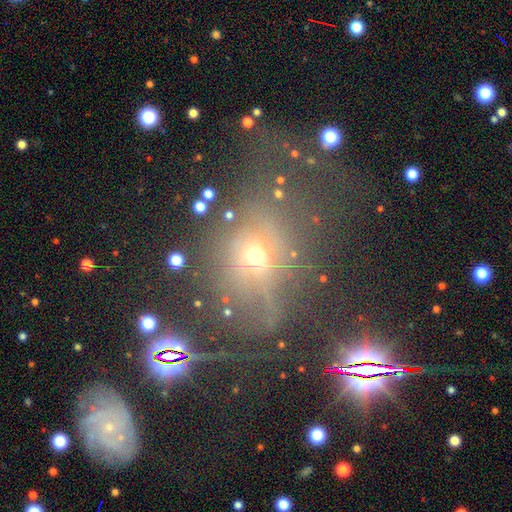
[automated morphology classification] smooth_or_featured: smooth (p=0.42) [alt: star or artifact p=0.33]
merging: none (p=0.51) [alt: major disturbance p=0.23]